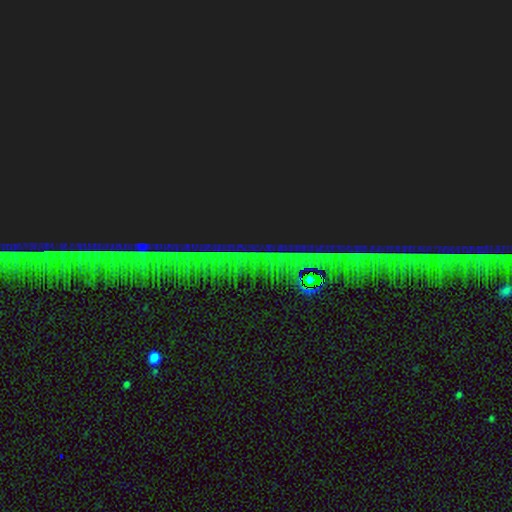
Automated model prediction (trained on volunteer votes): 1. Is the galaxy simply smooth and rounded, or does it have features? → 86% star or artifact, 7% featured or disk, 7% smooth.